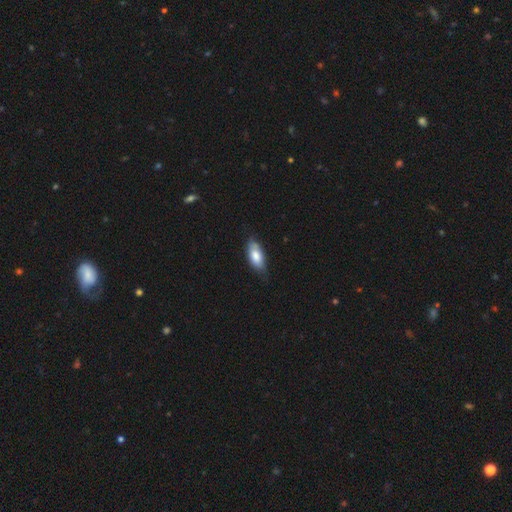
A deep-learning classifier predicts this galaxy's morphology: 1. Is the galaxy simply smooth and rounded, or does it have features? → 76% smooth, 18% featured or disk, 6% star or artifact.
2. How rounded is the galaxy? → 87% in between, 11% cigar-shaped, 2% round.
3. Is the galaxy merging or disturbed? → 65% none, 29% minor disturbance, 4% major disturbance, 2% merger.